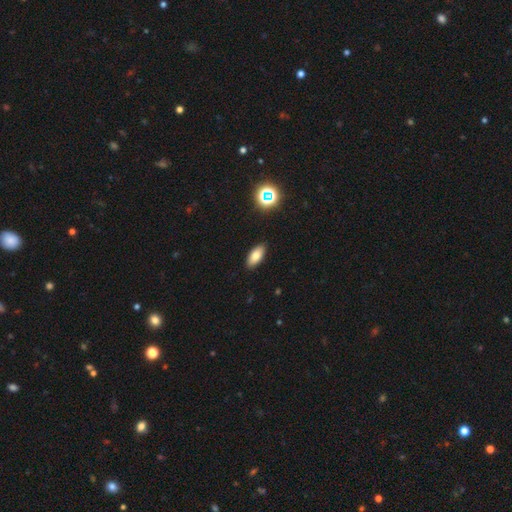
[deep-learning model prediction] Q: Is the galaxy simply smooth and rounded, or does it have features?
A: smooth — 78%.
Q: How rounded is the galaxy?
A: in between — 86%.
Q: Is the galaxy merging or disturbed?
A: none — 89%.